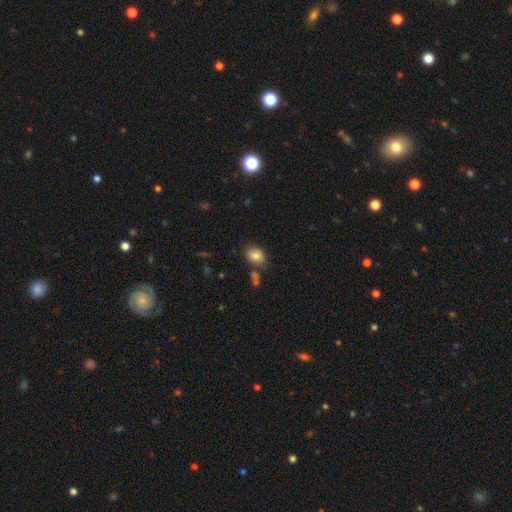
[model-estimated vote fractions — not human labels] Smooth or featured: smooth — 82% (star or artifact — 10%)
How rounded: in between — 63% (round — 36%)
Merging: none — 75% (minor disturbance — 14%)